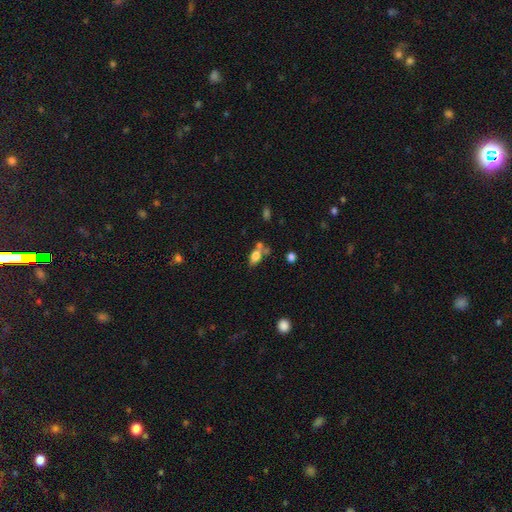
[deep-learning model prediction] Smooth or featured? Predicted: smooth (p=0.70). How rounded? Predicted: in between (p=0.79). Merging? Predicted: none (p=0.45).